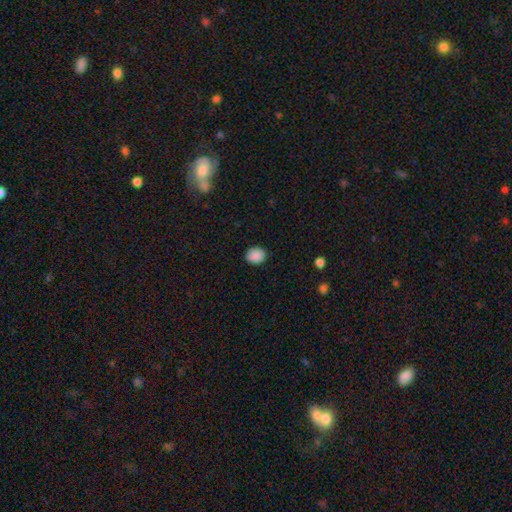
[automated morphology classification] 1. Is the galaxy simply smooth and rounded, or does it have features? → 89% smooth, 8% star or artifact, 3% featured or disk.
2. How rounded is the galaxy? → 64% round, 35% in between, 1% cigar-shaped.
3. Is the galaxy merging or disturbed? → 88% none, 9% minor disturbance, 2% major disturbance, 1% merger.